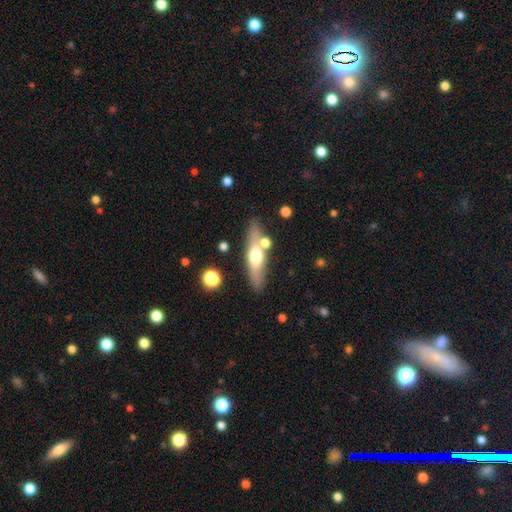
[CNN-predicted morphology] type=smooth (48%); merging=none (77%).